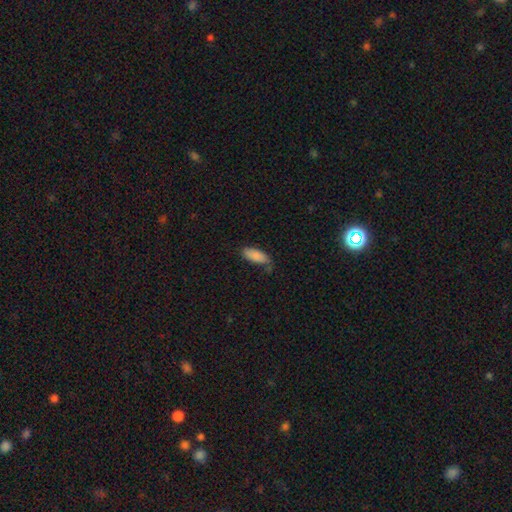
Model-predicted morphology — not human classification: smooth-or-featured: smooth: 86% | featured or disk: 7% | star or artifact: 7%
  how-rounded: in between: 81% | cigar-shaped: 17% | round: 2%
  merging: none: 63% | minor disturbance: 29% | major disturbance: 6% | merger: 3%